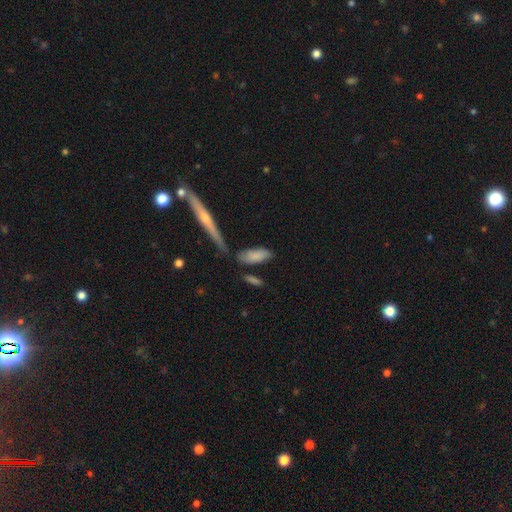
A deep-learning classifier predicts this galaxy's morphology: smooth_or_featured: smooth (p=0.78) [alt: featured or disk p=0.15]
how_rounded: in between (p=0.70) [alt: cigar-shaped p=0.28]
merging: none (p=0.67) [alt: minor disturbance p=0.19]